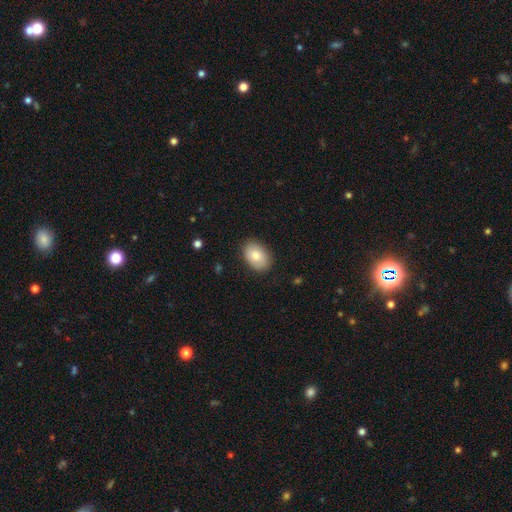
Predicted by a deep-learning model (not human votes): A smooth galaxy with no disk features (80%) that is in between round and cigar-shaped (82%). Merging: none (86%).